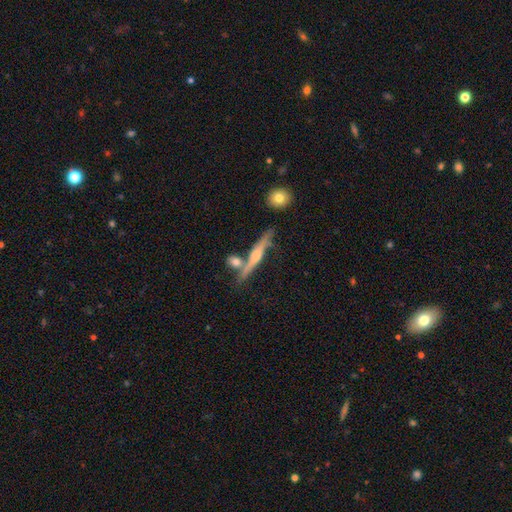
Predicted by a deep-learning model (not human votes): smooth_or_featured: featured or disk (p=0.66) [alt: smooth p=0.27]
disk_edge_on: yes (p=0.92) [alt: no p=0.08]
edge_on_bulge: rounded (p=0.64) [alt: none p=0.20]
merging: none (p=0.67) [alt: minor disturbance p=0.15]